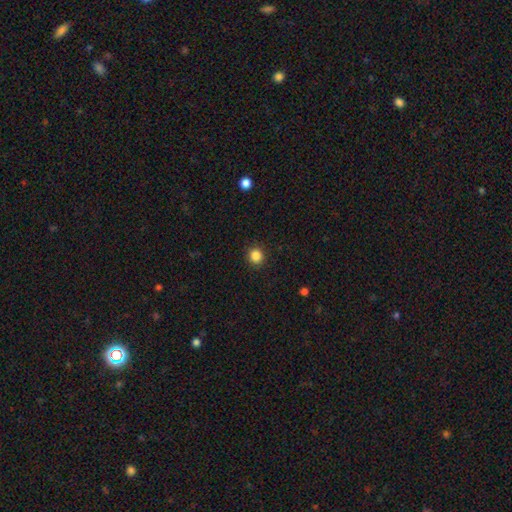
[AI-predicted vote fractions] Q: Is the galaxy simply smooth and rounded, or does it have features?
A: smooth — 86%.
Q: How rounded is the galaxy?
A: round — 90%.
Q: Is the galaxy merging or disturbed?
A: none — 91%.